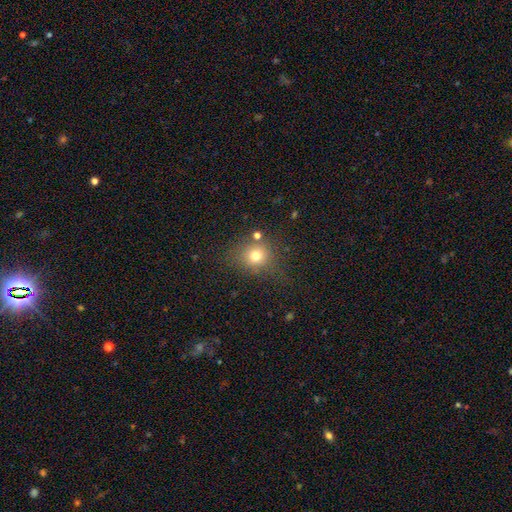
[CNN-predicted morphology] Overall: smooth (73%). How rounded: round (82%). Merging: none (73%).